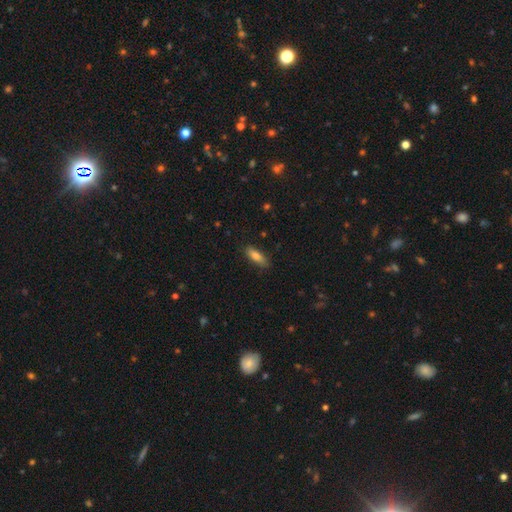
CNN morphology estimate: The model was most divided on "how rounded": in between: 59%, cigar-shaped: 39%, round: 2%. More confident: merging — none (83%); smooth or featured — smooth (81%).